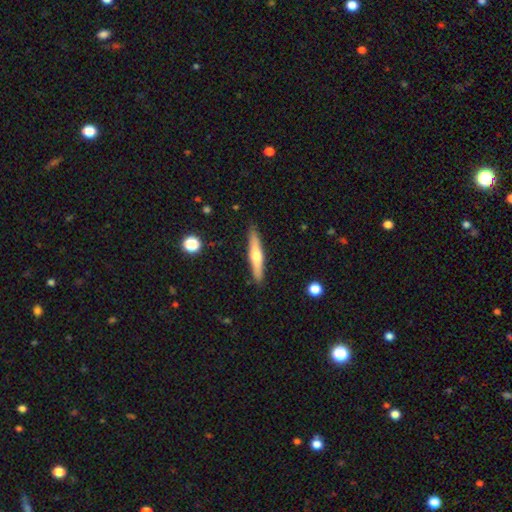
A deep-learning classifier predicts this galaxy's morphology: This is possibly a featured or disk galaxy (51%). It is clearly viewed edge-on (94%). Merging: clearly none (89%).